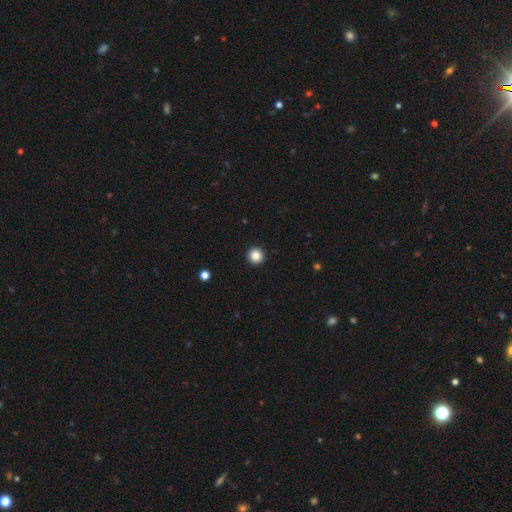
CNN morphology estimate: A smooth galaxy with no disk features (86%) that is round (96%). Merging: none (94%).